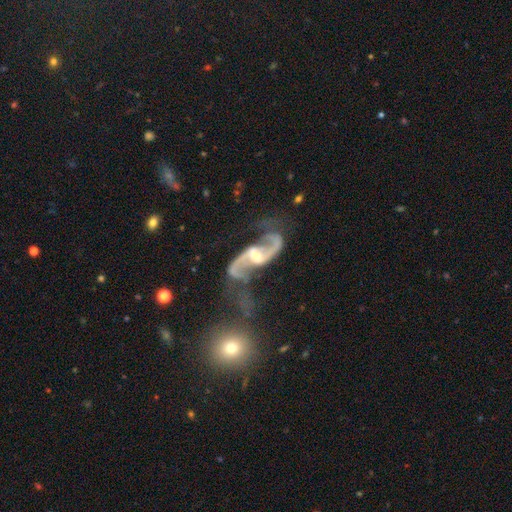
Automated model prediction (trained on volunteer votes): smooth-or-featured: featured or disk: 92% | star or artifact: 4% | smooth: 4%
  disk-edge-on: no: 96% | yes: 4%
    bar: weak: 47% | strong: 32% | no: 21%
    has-spiral-arms: yes: 97% | no: 3%
      spiral-winding: loose: 63% | medium: 30% | tight: 6%
      spiral-arm-count: 2: 94% | can't tell: 2% | 1: 2% | 3: 1% | 4: 1% | more than 4: 1%
    bulge-size: moderate: 58% | small: 25% | large: 10% | none: 5% | dominant: 2%
  merging: none: 49% | major disturbance: 20% | minor disturbance: 18% | merger: 13%